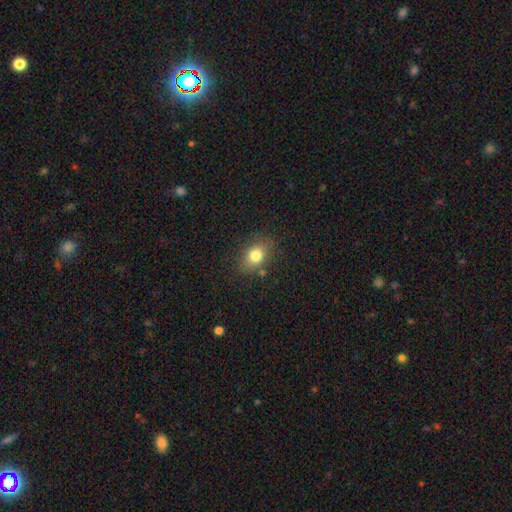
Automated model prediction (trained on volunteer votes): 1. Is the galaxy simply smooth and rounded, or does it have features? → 79% smooth, 11% star or artifact, 10% featured or disk.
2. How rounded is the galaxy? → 65% in between, 33% round, 2% cigar-shaped.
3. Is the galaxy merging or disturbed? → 78% none, 15% minor disturbance, 4% major disturbance, 3% merger.